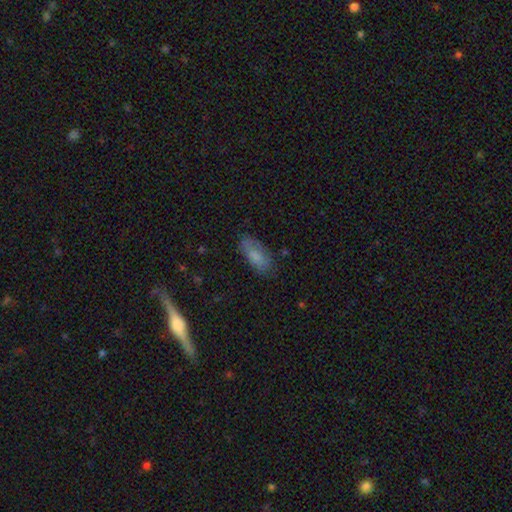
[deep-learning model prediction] smooth 73%, featured or disk 19%, star or artifact 8%. Down the decision tree: how rounded — in between (86%); merging — none (69%).